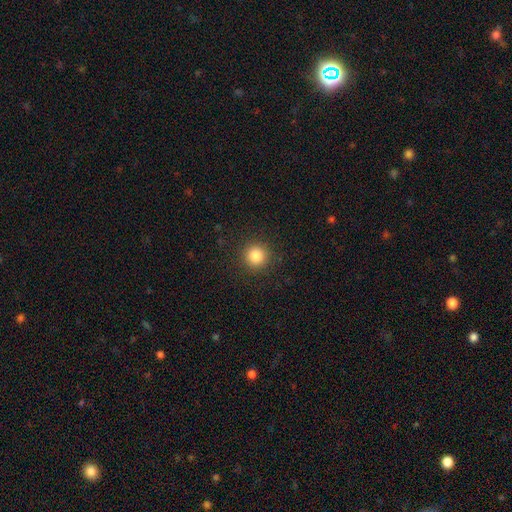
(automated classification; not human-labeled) smooth-or-featured: smooth: 84% | star or artifact: 11% | featured or disk: 5%
  how-rounded: round: 94% | in between: 5% | cigar-shaped: 1%
  merging: none: 91% | minor disturbance: 6% | major disturbance: 2% | merger: 1%